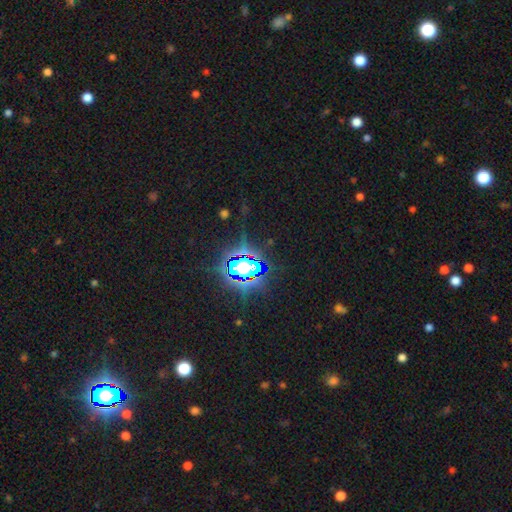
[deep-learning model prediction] The model was most divided on "smooth or featured": star or artifact: 82%, smooth: 11%, featured or disk: 8%.